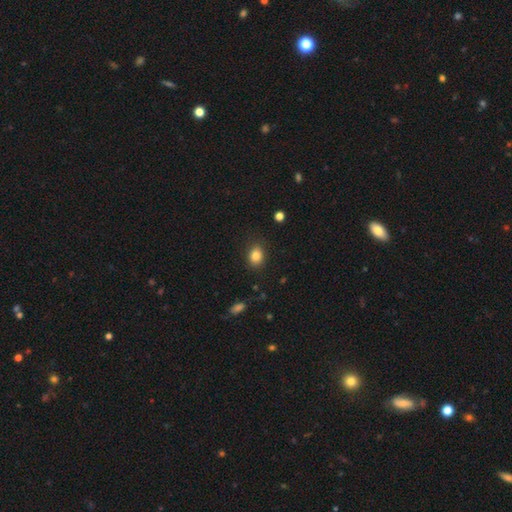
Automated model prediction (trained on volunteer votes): This is clearly a smooth galaxy (84%). How rounded: possibly in between (54%). Merging: clearly none (85%).